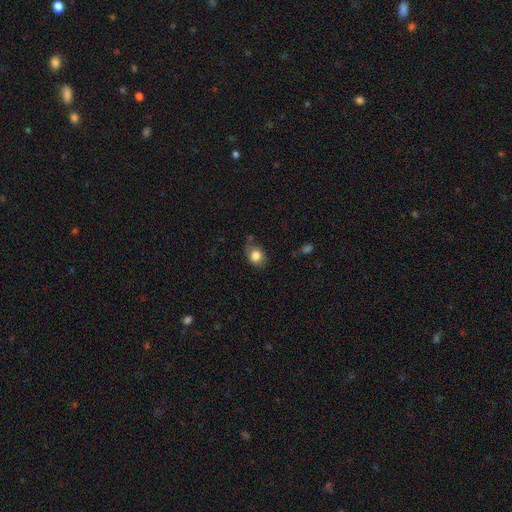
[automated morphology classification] The model was most divided on "how rounded": in between: 54%, round: 45%, cigar-shaped: 1%. More confident: smooth or featured — smooth (82%); merging — none (58%).